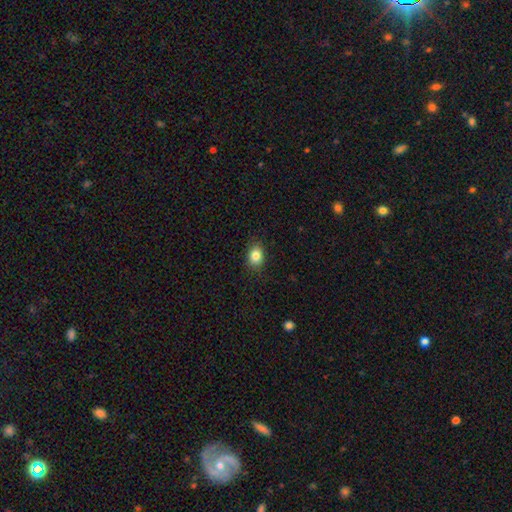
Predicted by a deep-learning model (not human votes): Q: Smooth or featured?
A: smooth (85%); runner-up: star or artifact (10%)
Q: How rounded?
A: in between (64%); runner-up: round (35%)
Q: Merging?
A: none (86%); runner-up: minor disturbance (10%)